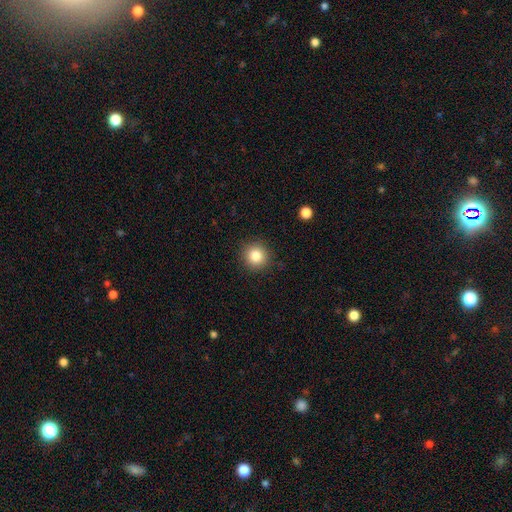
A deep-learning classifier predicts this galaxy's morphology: type=smooth (84%); roundness=round (93%); merging=none (90%).